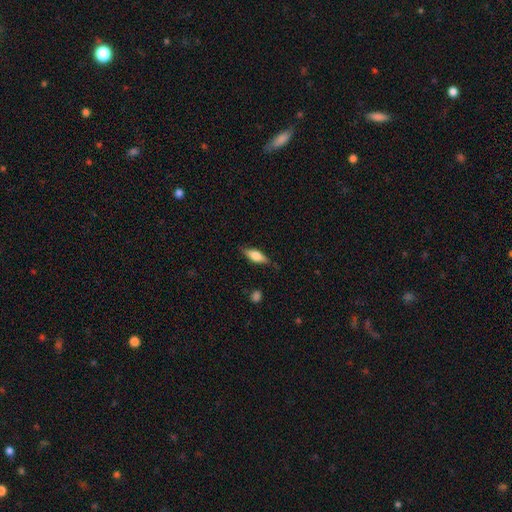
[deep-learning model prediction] smooth_or_featured: smooth (p=0.59) [alt: featured or disk p=0.35]
how_rounded: in between (p=0.63) [alt: cigar-shaped p=0.34]
merging: none (p=0.79) [alt: minor disturbance p=0.16]